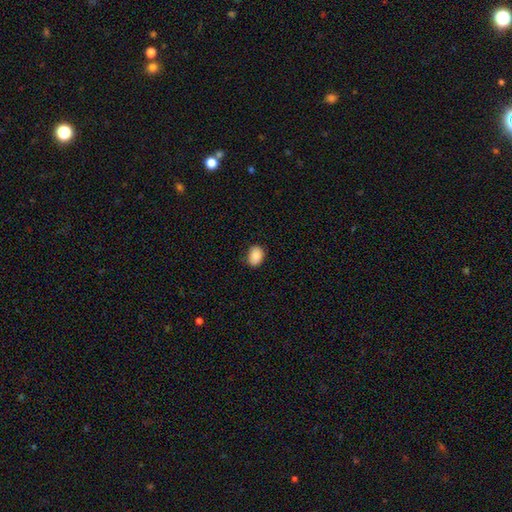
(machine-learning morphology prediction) Q: Smooth or featured?
A: smooth (88%); runner-up: star or artifact (8%)
Q: How rounded?
A: in between (74%); runner-up: round (25%)
Q: Merging?
A: none (83%); runner-up: minor disturbance (14%)